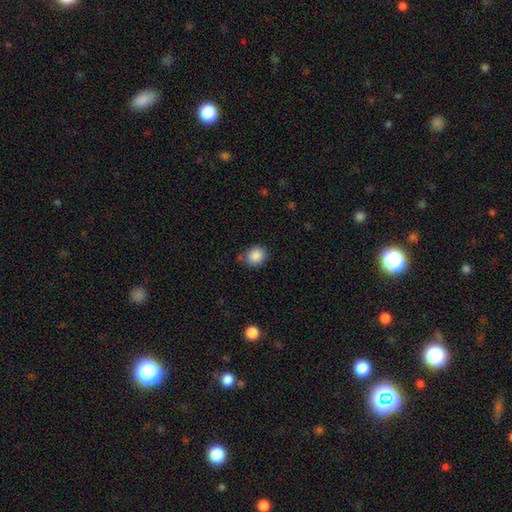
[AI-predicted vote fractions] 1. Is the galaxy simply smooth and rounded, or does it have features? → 87% smooth, 9% star or artifact, 4% featured or disk.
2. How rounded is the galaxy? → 75% round, 24% in between, 1% cigar-shaped.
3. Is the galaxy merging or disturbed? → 77% none, 16% minor disturbance, 4% merger, 4% major disturbance.